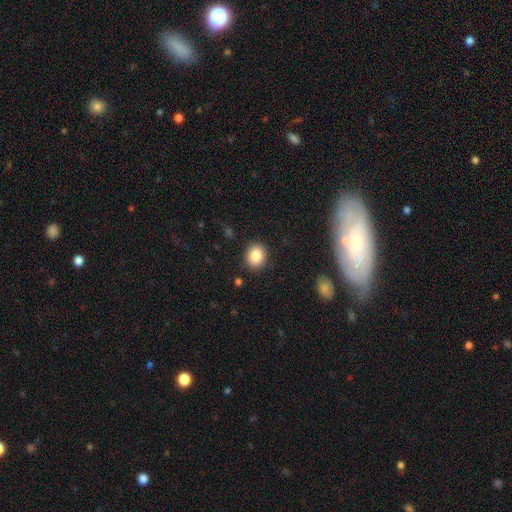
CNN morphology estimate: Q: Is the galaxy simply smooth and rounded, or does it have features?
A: smooth — 86%.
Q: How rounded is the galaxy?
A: round — 66%.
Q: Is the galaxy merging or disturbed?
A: none — 89%.